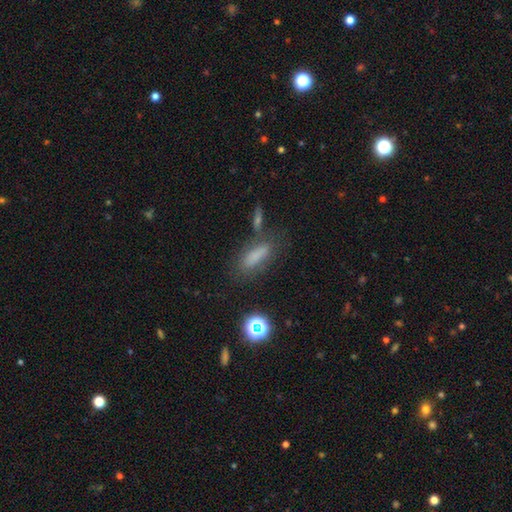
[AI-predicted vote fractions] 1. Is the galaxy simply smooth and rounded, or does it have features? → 70% smooth, 17% star or artifact, 12% featured or disk.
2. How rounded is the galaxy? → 53% in between, 41% cigar-shaped, 6% round.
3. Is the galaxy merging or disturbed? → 63% none, 17% minor disturbance, 11% merger, 9% major disturbance.